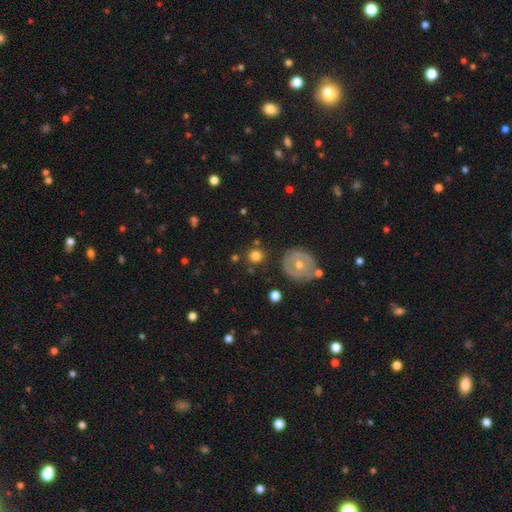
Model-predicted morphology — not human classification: smooth 76%, featured or disk 14%, star or artifact 10%. Down the decision tree: how rounded — round (91%); merging — none (83%).